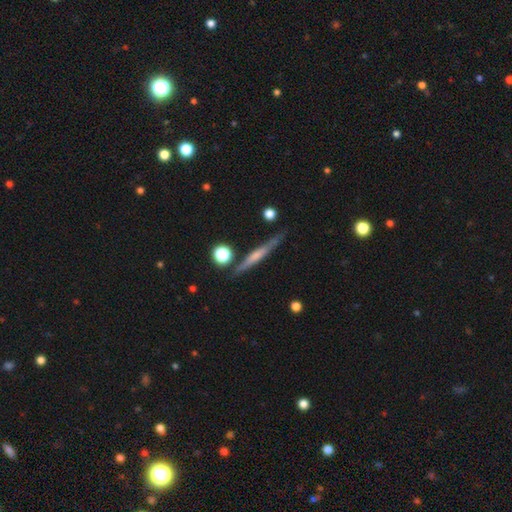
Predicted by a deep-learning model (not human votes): Morphology: type=featured or disk (59%); edge-on=yes (96%); edge-on bulge=none (44%); merging=none (85%).